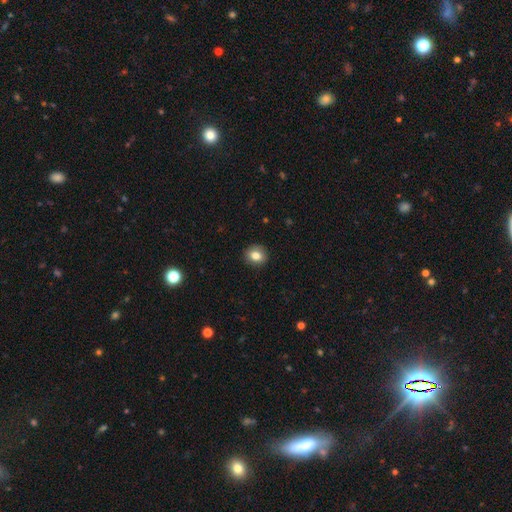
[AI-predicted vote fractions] Smooth or featured?
  - smooth: 83% *
  - star or artifact: 9%
  - featured or disk: 8%
How rounded?
  - round: 67% *
  - in between: 32%
  - cigar-shaped: 1%
Merging?
  - none: 90% *
  - minor disturbance: 8%
  - major disturbance: 2%
  - merger: 1%